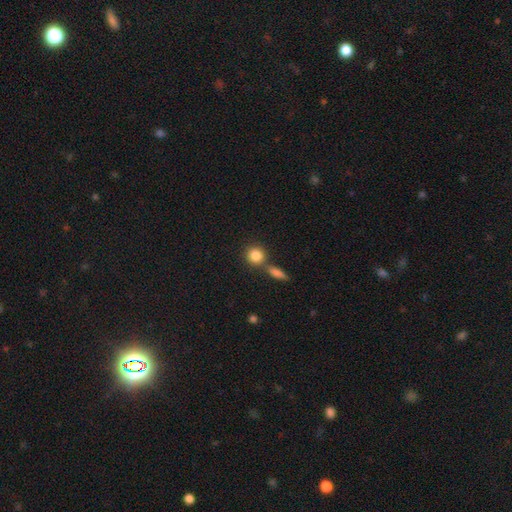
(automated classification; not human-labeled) smooth_or_featured: smooth (p=0.84) [alt: star or artifact p=0.09]
how_rounded: round (p=0.86) [alt: in between p=0.12]
merging: none (p=0.64) [alt: merger p=0.24]